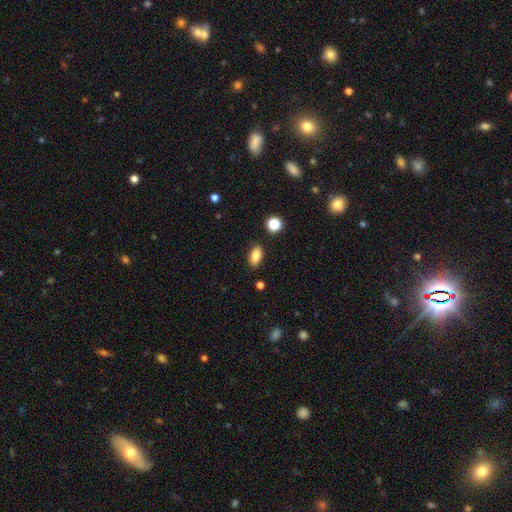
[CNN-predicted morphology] A smooth galaxy with no disk features (85%) that is in between round and cigar-shaped (89%).

Vote fractions:
- Smooth or featured? smooth: 85% / star or artifact: 9% / featured or disk: 6%
- How rounded? in between: 89% / round: 6% / cigar-shaped: 5%
- Merging? none: 86% / minor disturbance: 9% / major disturbance: 2% / merger: 2%